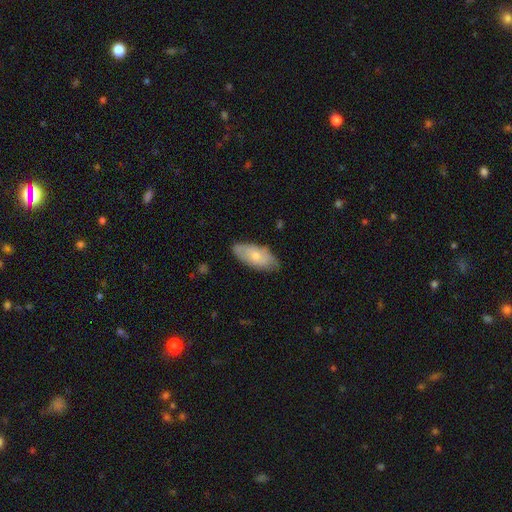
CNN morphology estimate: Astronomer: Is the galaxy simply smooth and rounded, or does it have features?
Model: smooth — 64%.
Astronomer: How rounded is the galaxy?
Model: in between — 88%.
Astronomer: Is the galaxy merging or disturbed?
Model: none — 72%.